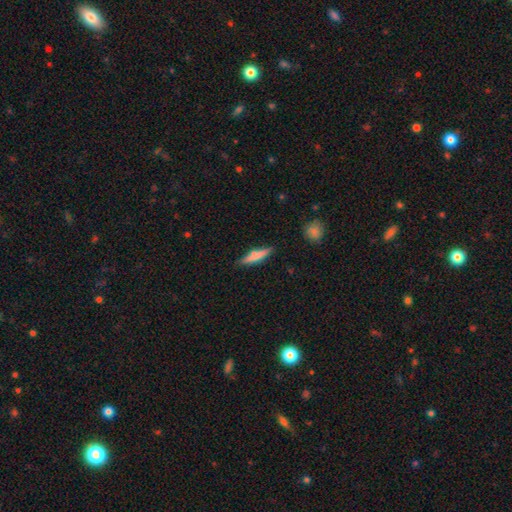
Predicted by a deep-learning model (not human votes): A smooth galaxy with no disk features (66%) that is cigar-shaped (82%). Merging: none (81%).